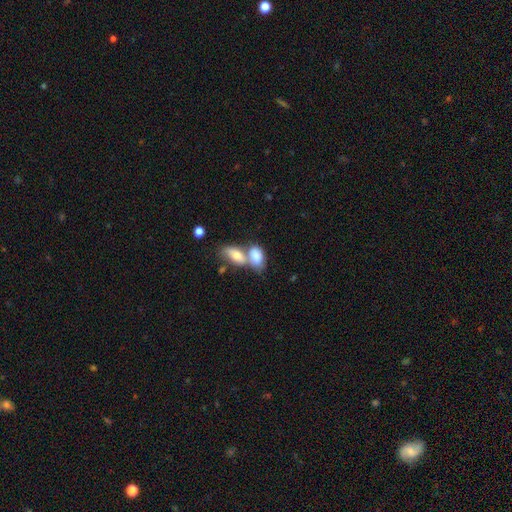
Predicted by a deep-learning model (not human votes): The model was most divided on "merging": merger: 66%, none: 22%, minor disturbance: 8%, major disturbance: 4%. More confident: how rounded — in between (90%); smooth or featured — smooth (80%).